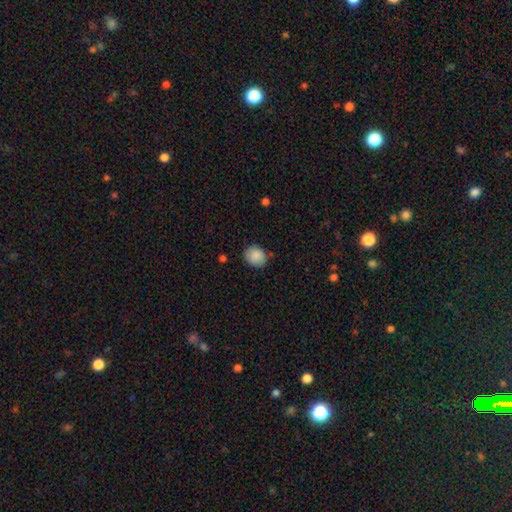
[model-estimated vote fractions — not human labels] This appears to be a smooth galaxy with no disk features (88%) that is round (62%). Merging: none (81%).